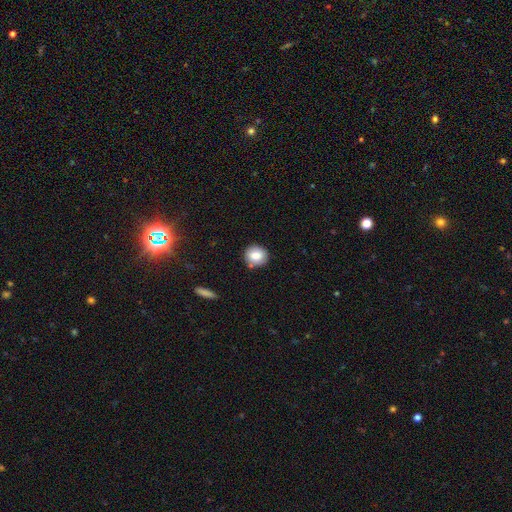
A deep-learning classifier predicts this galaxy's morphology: A smooth galaxy with no disk features (81%) that is round (89%). Merging: none (81%).